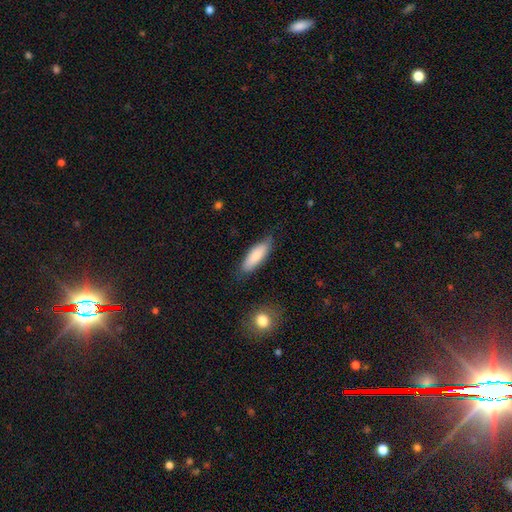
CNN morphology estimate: smooth-or-featured: smooth: 83% | featured or disk: 12% | star or artifact: 6%
  how-rounded: in between: 52% | cigar-shaped: 46% | round: 2%
  merging: none: 78% | minor disturbance: 16% | major disturbance: 3% | merger: 2%